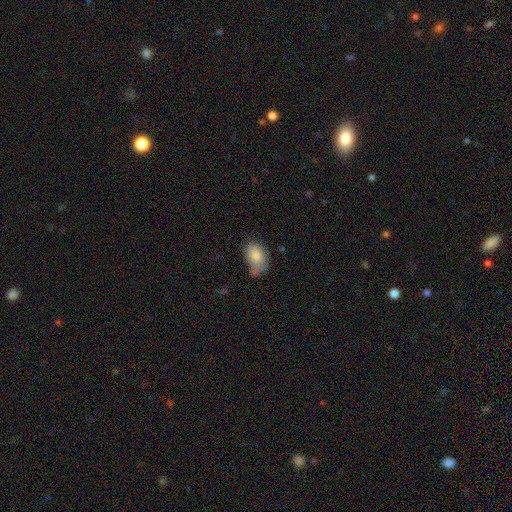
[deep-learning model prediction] This appears to be a smooth galaxy with no disk features (81%) that is in between round and cigar-shaped (86%). Merging: none (46%).